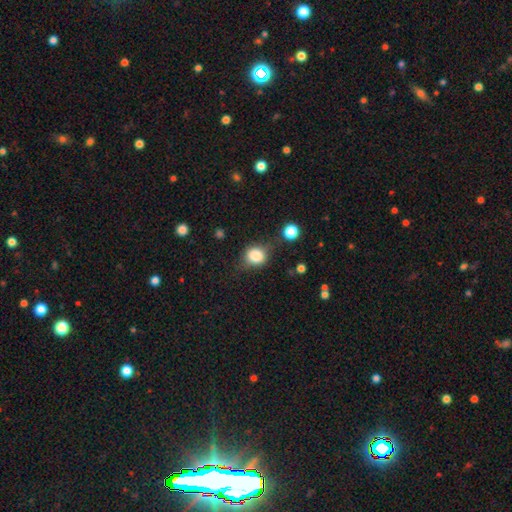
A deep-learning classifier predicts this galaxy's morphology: smooth_or_featured: smooth (p=0.80) [alt: star or artifact p=0.10]
how_rounded: round (p=0.70) [alt: in between p=0.29]
merging: none (p=0.64) [alt: minor disturbance p=0.23]